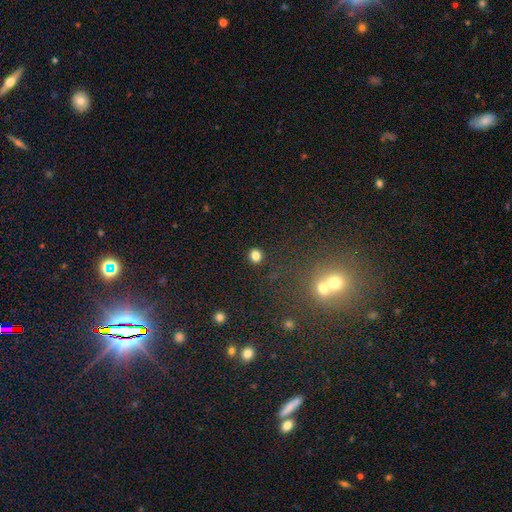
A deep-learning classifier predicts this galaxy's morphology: Smooth or featured?
  - smooth: 81% *
  - star or artifact: 14%
  - featured or disk: 5%
How rounded?
  - round: 87% *
  - in between: 12%
  - cigar-shaped: 1%
Merging?
  - none: 90% *
  - minor disturbance: 6%
  - major disturbance: 2%
  - merger: 2%